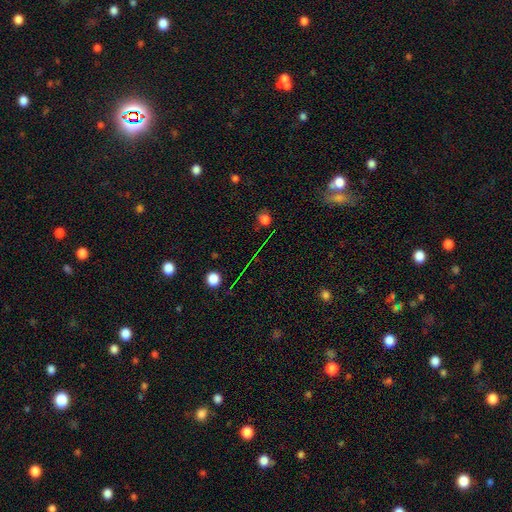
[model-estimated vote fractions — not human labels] smooth_or_featured: star or artifact (p=0.66) [alt: smooth p=0.21]